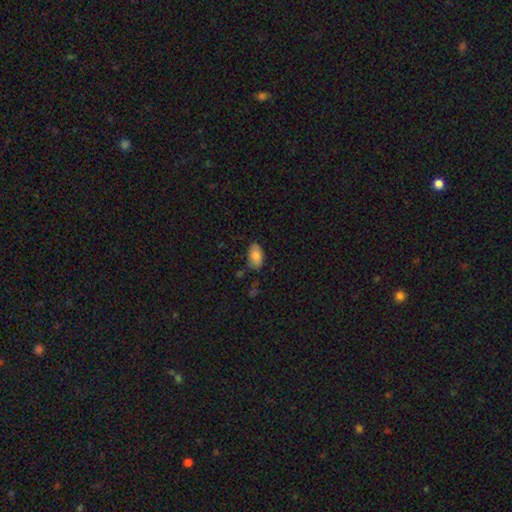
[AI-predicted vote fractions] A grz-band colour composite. It shows a smooth galaxy with no disk features (81%) that is in between round and cigar-shaped (93%). Merging: none (70%).